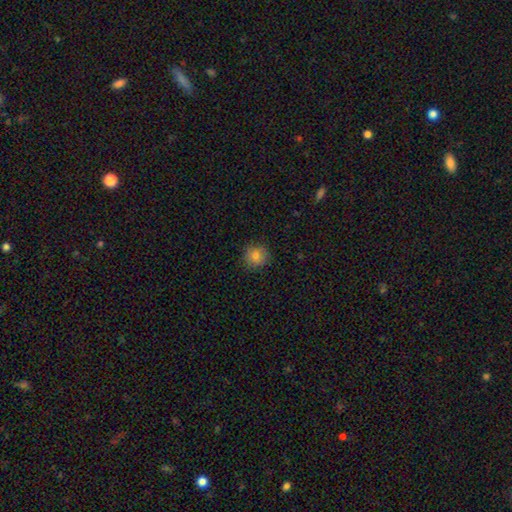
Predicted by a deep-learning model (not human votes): Smooth or featured? Predicted: smooth (p=0.81). How rounded? Predicted: round (p=0.91). Merging? Predicted: none (p=0.87).